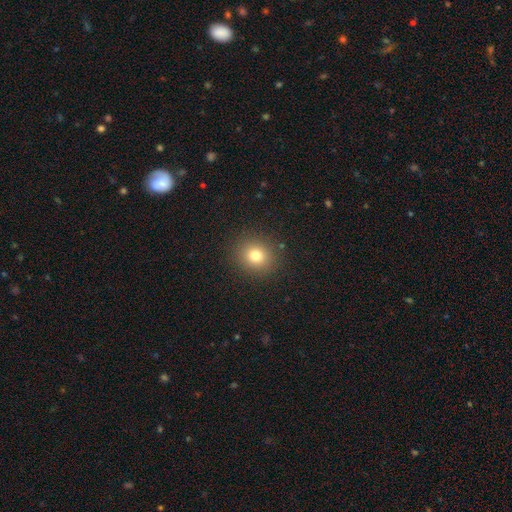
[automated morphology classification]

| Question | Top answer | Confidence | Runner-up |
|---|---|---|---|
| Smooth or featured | smooth | 78% | star or artifact (14%) |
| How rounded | round | 83% | in between (16%) |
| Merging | none | 89% | minor disturbance (7%) |